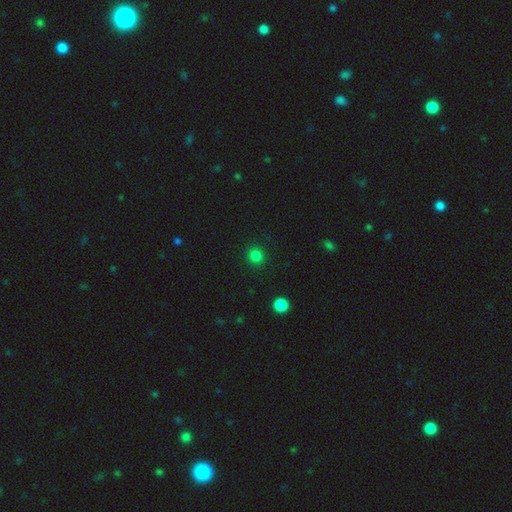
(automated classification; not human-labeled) smooth_or_featured: smooth (p=0.83) [alt: star or artifact p=0.14]
how_rounded: round (p=0.91) [alt: in between p=0.08]
merging: none (p=0.91) [alt: minor disturbance p=0.05]